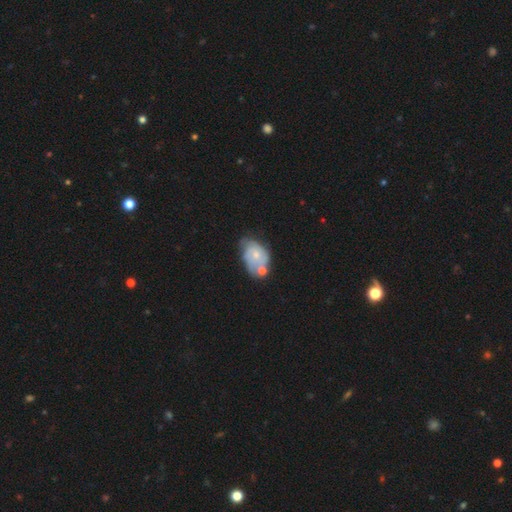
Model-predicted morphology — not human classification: Smooth or featured? Predicted: featured or disk (p=0.50). Merging? Predicted: none (p=0.32).